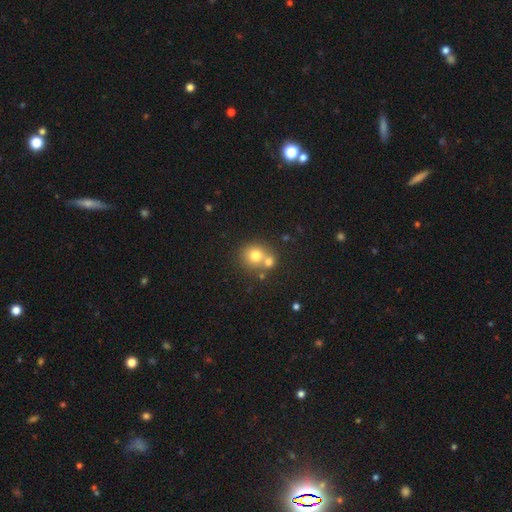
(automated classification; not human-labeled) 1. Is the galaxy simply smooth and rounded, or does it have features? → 73% smooth, 15% featured or disk, 12% star or artifact.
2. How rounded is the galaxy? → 85% round, 15% in between, 1% cigar-shaped.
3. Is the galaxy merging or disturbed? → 47% none, 43% merger, 7% minor disturbance, 3% major disturbance.